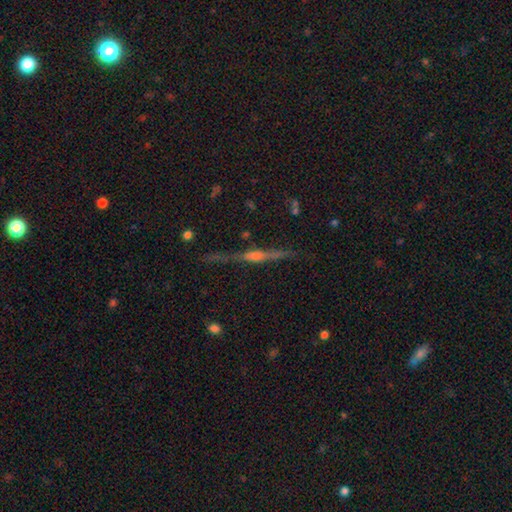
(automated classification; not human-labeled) The model was most divided on "edge-on bulge": rounded: 69%, boxy: 19%, none: 12%. More confident: edge-on disk — yes (97%); merging — none (81%); smooth or featured — featured or disk (77%).